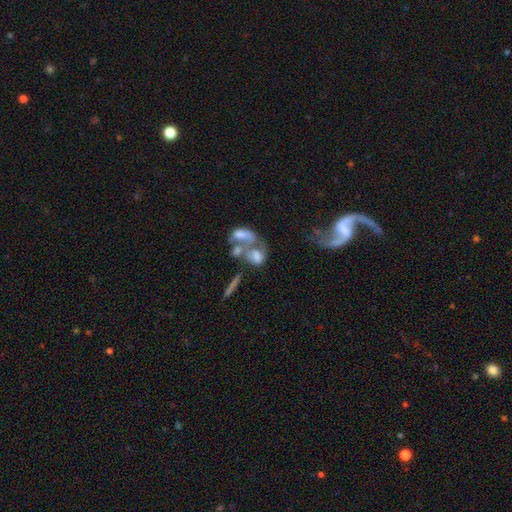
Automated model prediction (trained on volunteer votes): This appears to be a smooth galaxy with no disk features (46%). Merging: merger (63%).